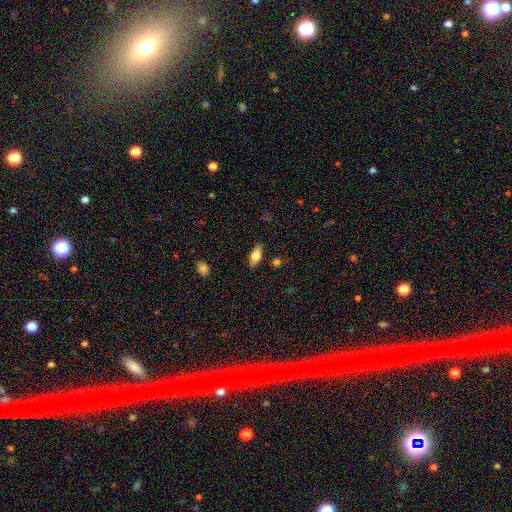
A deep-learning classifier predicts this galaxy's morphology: Smooth or featured?
  - smooth: 71% *
  - featured or disk: 21%
  - star or artifact: 7%
How rounded?
  - in between: 83% *
  - cigar-shaped: 13%
  - round: 4%
Merging?
  - none: 84% *
  - minor disturbance: 12%
  - major disturbance: 3%
  - merger: 2%